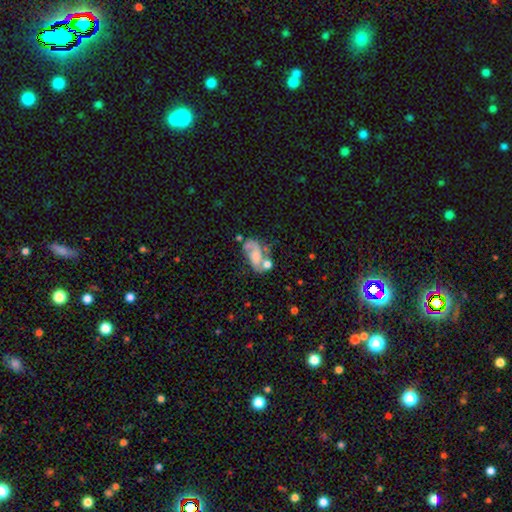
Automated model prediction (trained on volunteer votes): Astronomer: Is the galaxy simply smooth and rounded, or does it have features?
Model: featured or disk — 60%.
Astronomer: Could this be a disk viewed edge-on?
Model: no — 97%.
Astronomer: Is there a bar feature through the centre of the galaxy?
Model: no — 65%.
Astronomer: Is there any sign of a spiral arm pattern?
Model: yes — 74%.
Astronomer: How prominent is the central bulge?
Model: none — 30% (runner-up: moderate, 28%).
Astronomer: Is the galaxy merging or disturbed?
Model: merger — 31% (runner-up: none, 29%).